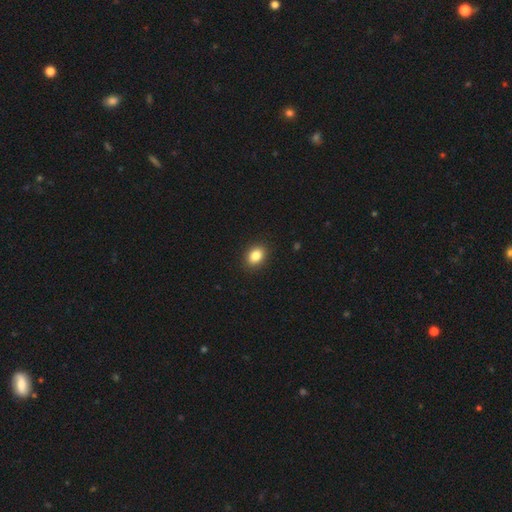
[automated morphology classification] A smooth galaxy with no disk features (85%) that is in between round and cigar-shaped (65%). Merging: none (90%).